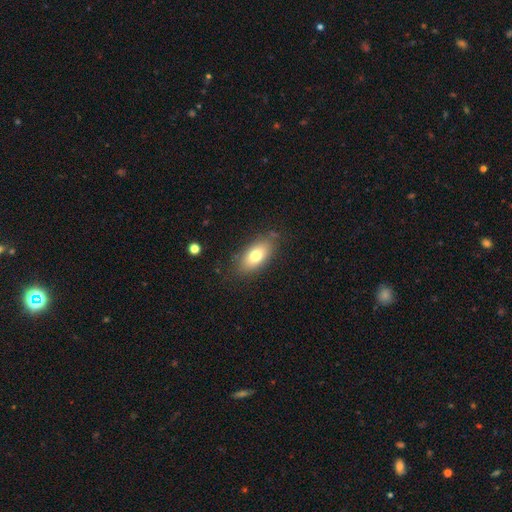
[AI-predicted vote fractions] This appears to be a smooth galaxy with no disk features (74%) that is in between round and cigar-shaped (88%). Merging: none (80%).